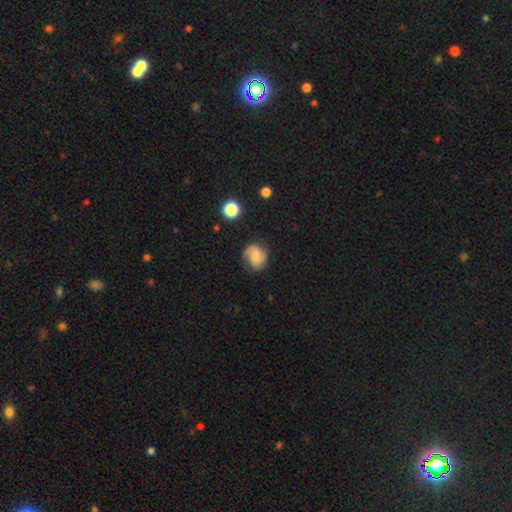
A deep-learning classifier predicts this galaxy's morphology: smooth_or_featured: featured or disk (p=0.59) [alt: smooth p=0.33]
disk_edge_on: no (p=0.98) [alt: yes p=0.02]
bar: no (p=0.65) [alt: weak p=0.30]
has_spiral_arms: yes (p=0.92) [alt: no p=0.08]
spiral_winding: medium (p=0.43) [alt: tight p=0.36]
spiral_arm_count: 2 (p=0.64) [alt: 1 p=0.16]
bulge_size: small (p=0.48) [alt: moderate p=0.35]
merging: none (p=0.68) [alt: minor disturbance p=0.22]